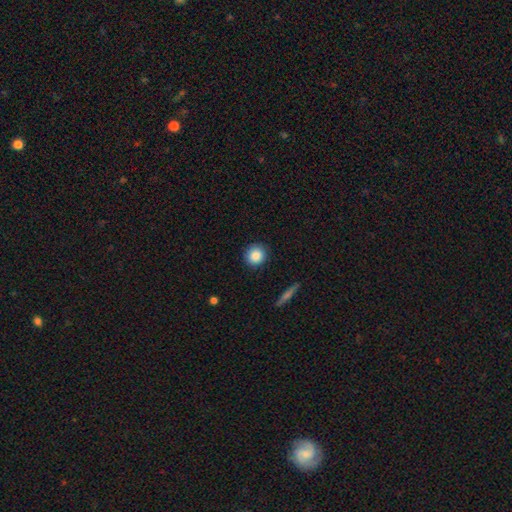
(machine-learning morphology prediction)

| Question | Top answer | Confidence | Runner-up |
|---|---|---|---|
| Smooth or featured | smooth | 86% | star or artifact (8%) |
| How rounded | round | 92% | in between (7%) |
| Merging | none | 89% | minor disturbance (8%) |